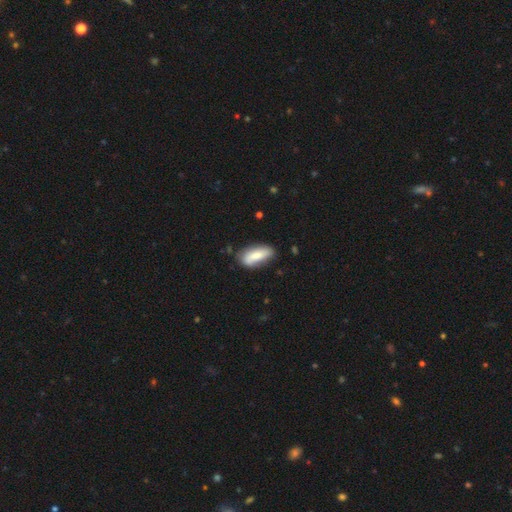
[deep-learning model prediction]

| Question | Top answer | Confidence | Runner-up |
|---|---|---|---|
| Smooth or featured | smooth | 72% | featured or disk (21%) |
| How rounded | in between | 81% | cigar-shaped (17%) |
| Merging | none | 68% | minor disturbance (23%) |